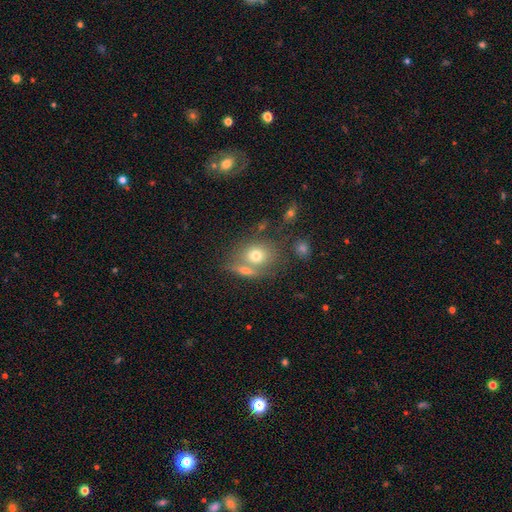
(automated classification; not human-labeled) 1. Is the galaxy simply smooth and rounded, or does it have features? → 72% smooth, 18% featured or disk, 11% star or artifact.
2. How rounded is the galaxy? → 64% round, 34% in between, 2% cigar-shaped.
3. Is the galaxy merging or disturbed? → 50% none, 33% merger, 12% minor disturbance, 5% major disturbance.